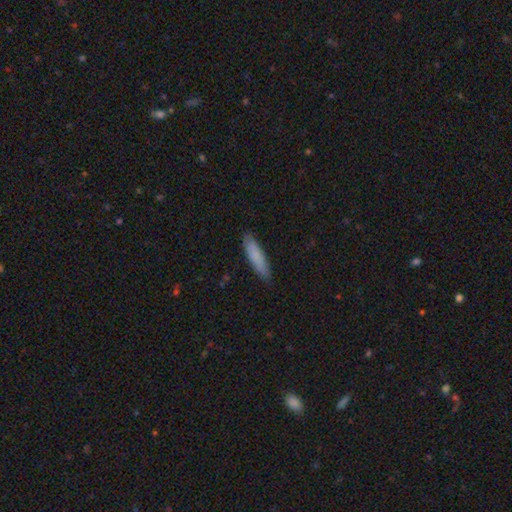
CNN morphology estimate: A smooth galaxy with no disk features (83%) that is cigar-shaped (77%). Merging: none (85%).